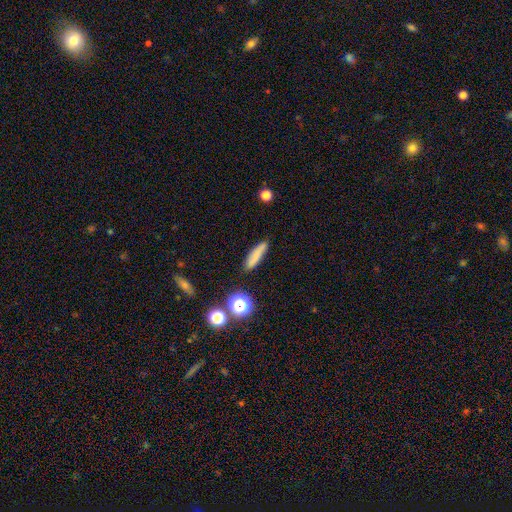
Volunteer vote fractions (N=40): Overall: smooth (70%). How rounded: cigar-shaped (75%). Merging: none (74%).